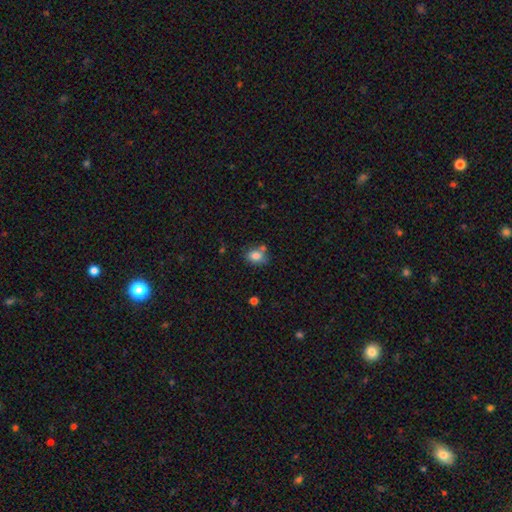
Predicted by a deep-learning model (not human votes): Smooth or featured: smooth — 82% (star or artifact — 10%)
How rounded: in between — 59% (round — 40%)
Merging: none — 62% (minor disturbance — 17%)